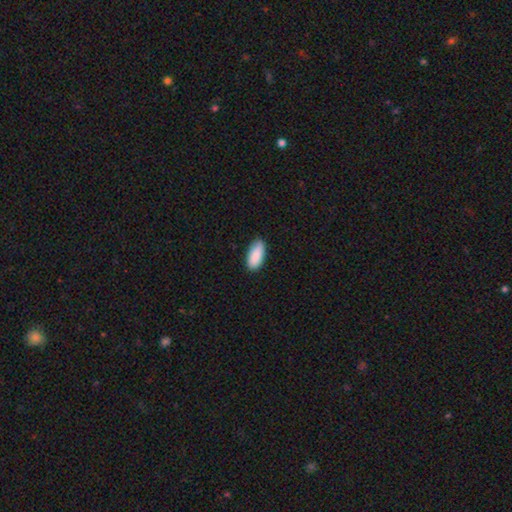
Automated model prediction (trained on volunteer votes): A smooth galaxy with no disk features (90%) that is in between round and cigar-shaped (90%). Merging: none (86%).